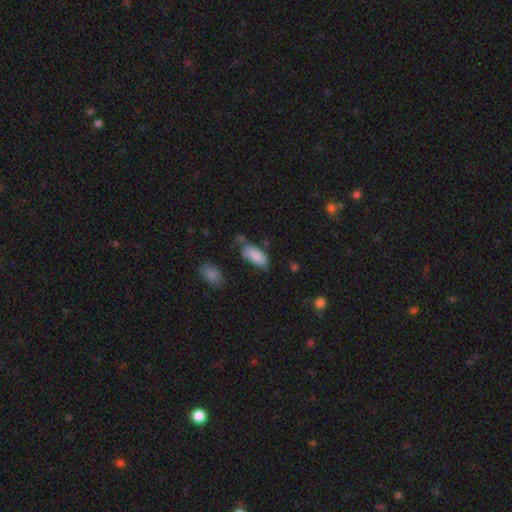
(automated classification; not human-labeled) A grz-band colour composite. It shows a smooth galaxy with no disk features (86%) that is in between round and cigar-shaped (91%). Merging: none (50%).